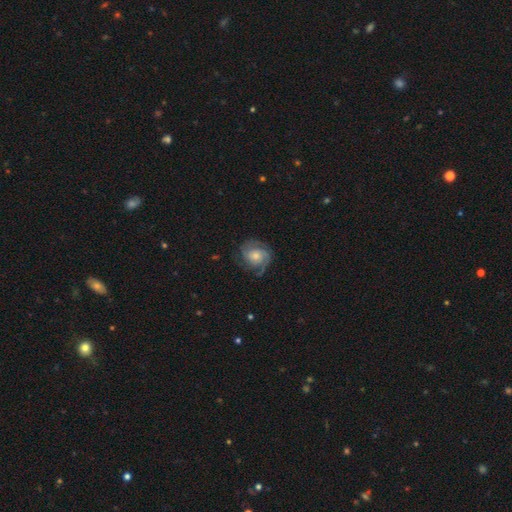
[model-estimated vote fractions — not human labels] featured or disk 81%, smooth 13%, star or artifact 6%. Down the decision tree: edge-on disk — no (98%); bar — no (73%); spiral arms — yes (96%); spiral arm count — 2 (42%); spiral winding — tight (53%); bulge size — moderate (50%); merging — none (75%).